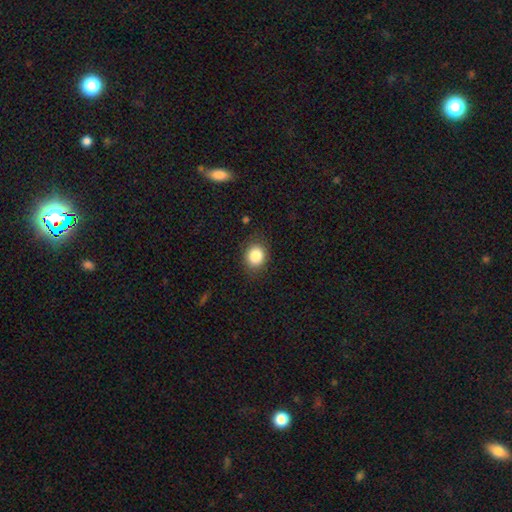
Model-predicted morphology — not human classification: The model was most divided on "how rounded": round: 67%, in between: 32%, cigar-shaped: 1%. More confident: merging — none (85%); smooth or featured — smooth (85%).